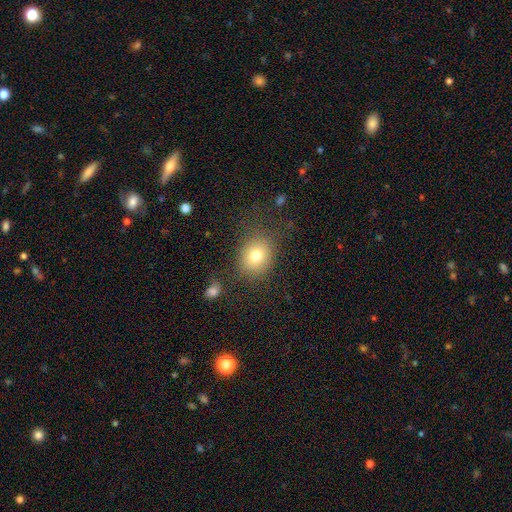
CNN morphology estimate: Q: Smooth or featured?
A: smooth (76%); runner-up: featured or disk (12%)
Q: How rounded?
A: round (59%); runner-up: in between (40%)
Q: Merging?
A: none (74%); runner-up: minor disturbance (15%)